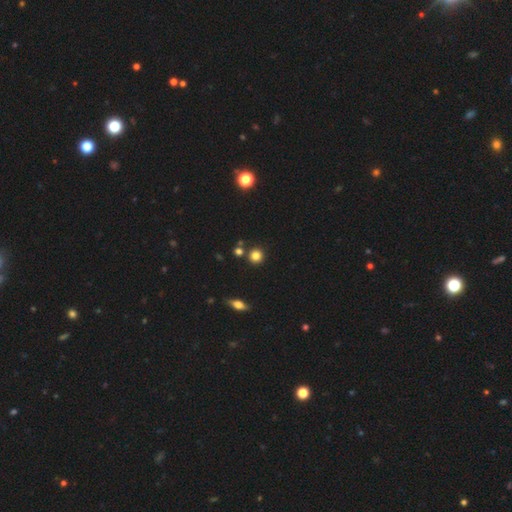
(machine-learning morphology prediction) smooth_or_featured: smooth (p=0.81) [alt: star or artifact p=0.13]
how_rounded: round (p=0.92) [alt: in between p=0.07]
merging: none (p=0.83) [alt: merger p=0.08]